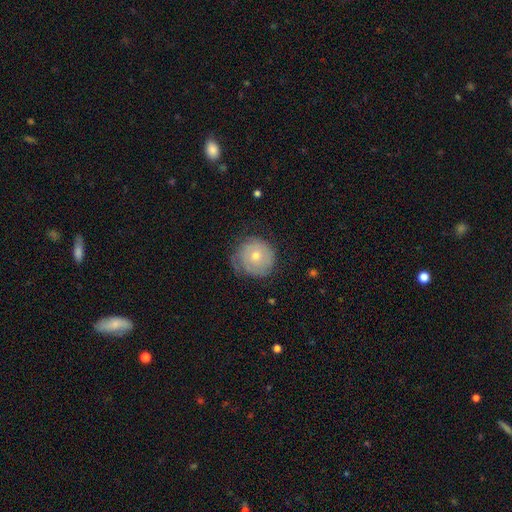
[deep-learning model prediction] This appears to be a featured or disk galaxy (55%) with no bar (86%), spiral arms (74%) and a moderate central bulge (52%). Merging: none (69%).